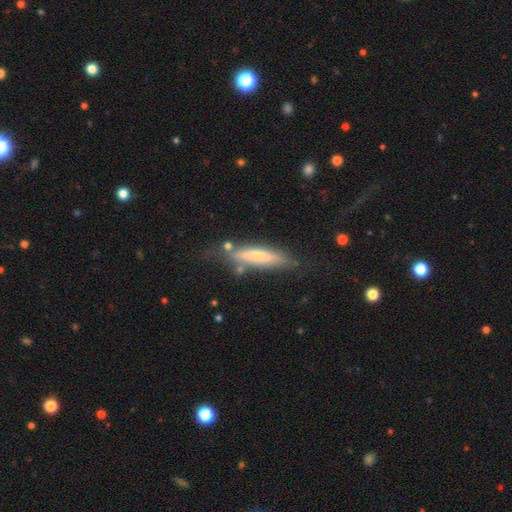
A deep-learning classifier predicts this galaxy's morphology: Overall: smooth (54%; featured or disk 38%). How rounded: cigar-shaped (85%). Merging: none (68%).